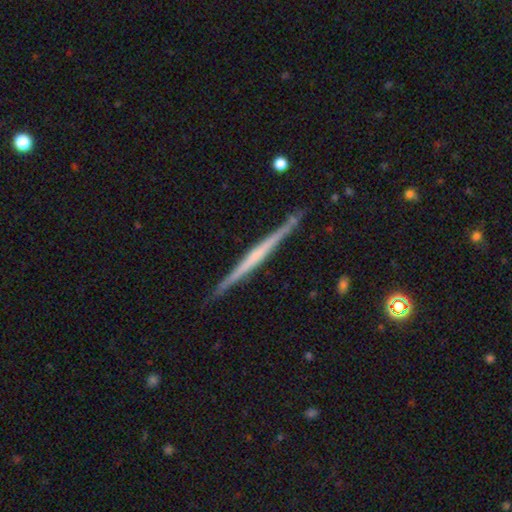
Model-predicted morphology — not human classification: This appears to be a featured or disk galaxy (70%) viewed edge-on (98%) with no central bulge (69%). Merging: none (88%).